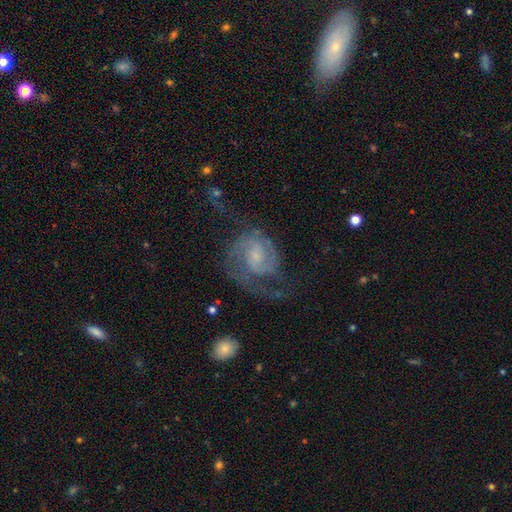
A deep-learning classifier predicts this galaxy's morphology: featured or disk 85%, smooth 8%, star or artifact 7%. Down the decision tree: edge-on disk — no (98%); bar — no (48%); spiral arms — yes (96%); spiral arm count — 2 (72%); spiral winding — medium (47%); bulge size — small (60%); merging — none (60%).